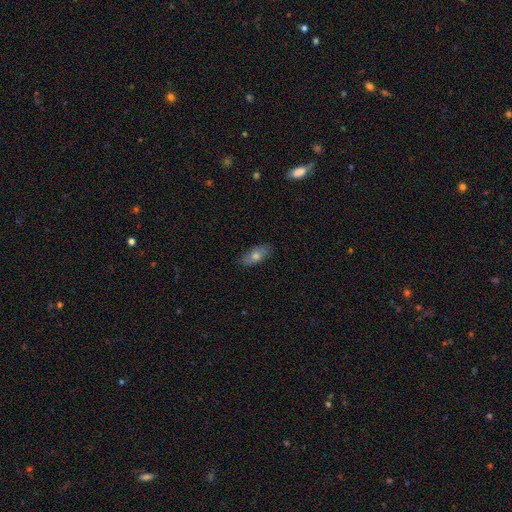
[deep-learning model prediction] Overall: smooth (60%; featured or disk 31%). How rounded: in between (80%). Merging: none (84%).